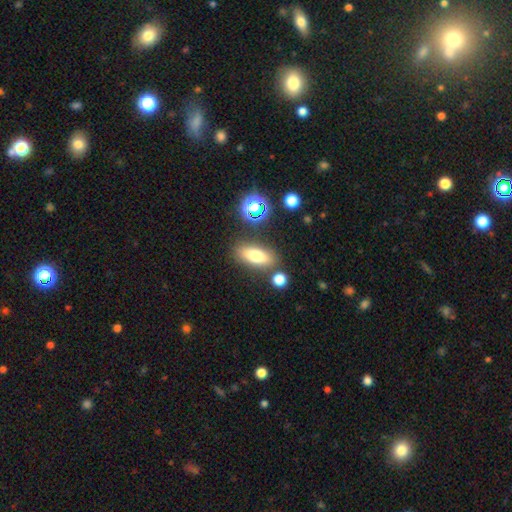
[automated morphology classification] Smooth or featured: smooth — 71% (featured or disk — 18%)
How rounded: in between — 70% (cigar-shaped — 23%)
Merging: none — 80% (minor disturbance — 11%)